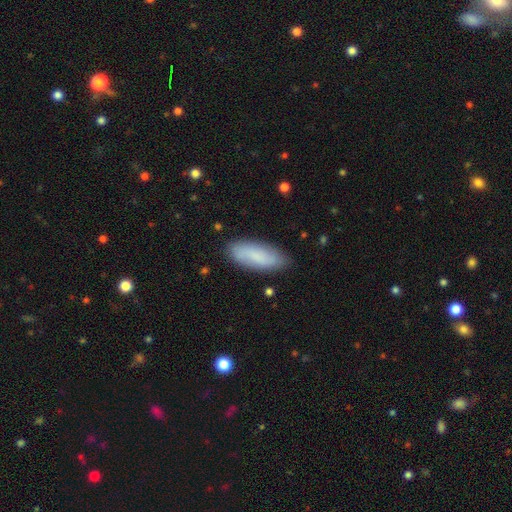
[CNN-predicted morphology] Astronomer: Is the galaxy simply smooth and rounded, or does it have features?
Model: smooth — 77%.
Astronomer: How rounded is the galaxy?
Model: in between — 72%.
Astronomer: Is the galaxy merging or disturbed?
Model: none — 84%.